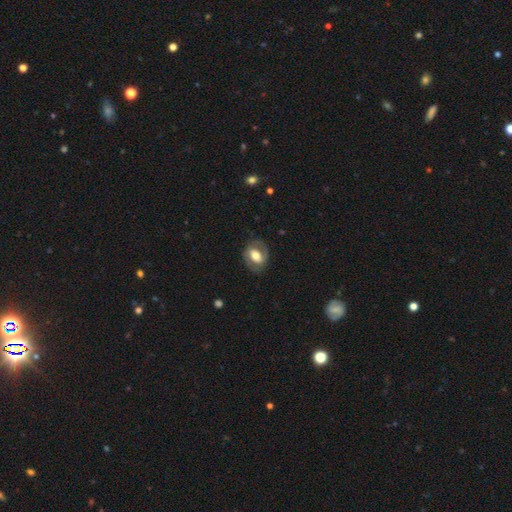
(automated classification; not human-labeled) Smooth or featured? Predicted: featured or disk (p=0.49). Merging? Predicted: none (p=0.76).